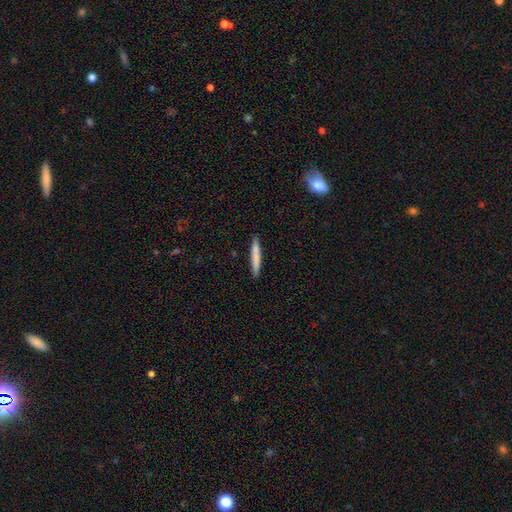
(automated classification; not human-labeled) Overall: smooth (77%). How rounded: cigar-shaped (95%). Merging: none (90%).